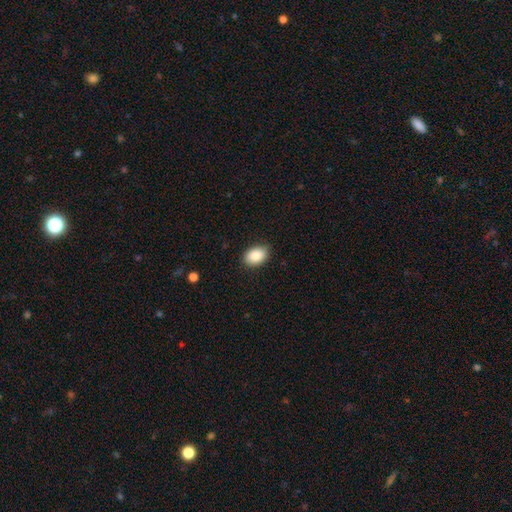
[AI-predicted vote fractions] smooth 88%, star or artifact 7%, featured or disk 5%. Down the decision tree: how rounded — in between (86%); merging — none (87%).